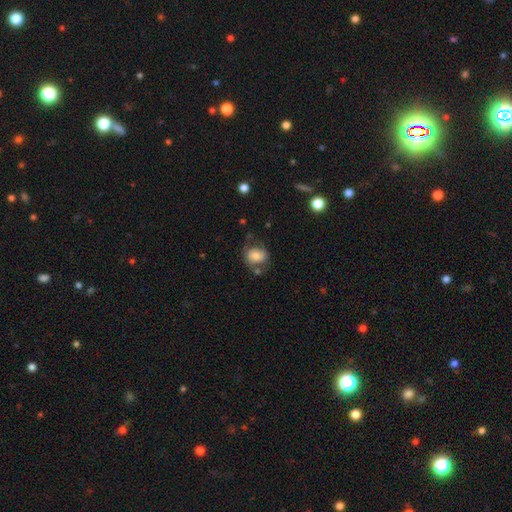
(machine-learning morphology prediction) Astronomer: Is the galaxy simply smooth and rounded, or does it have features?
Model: smooth — 66%.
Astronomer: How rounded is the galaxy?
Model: round — 58% (runner-up: in between, 41%).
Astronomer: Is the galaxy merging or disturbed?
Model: none — 54%.